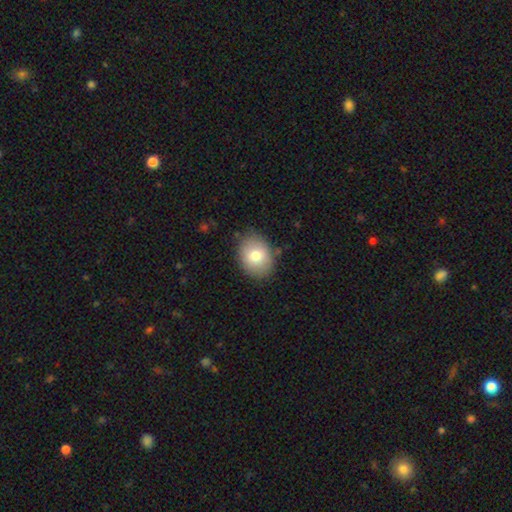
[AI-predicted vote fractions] This is likely a smooth galaxy (78%). How rounded: likely in between (60%). Merging: clearly none (82%).